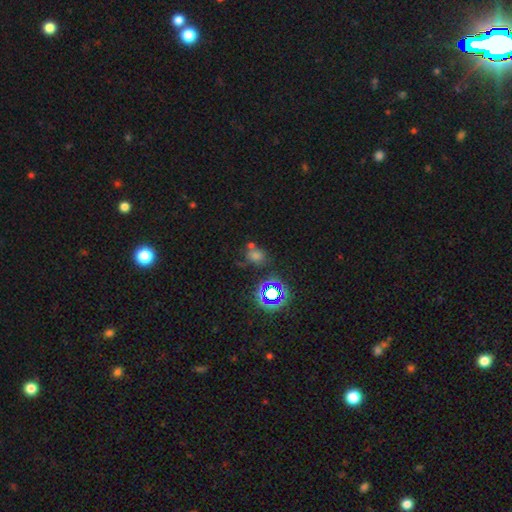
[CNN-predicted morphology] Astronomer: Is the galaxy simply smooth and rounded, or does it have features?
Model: star or artifact — 46% (runner-up: smooth, 44%).